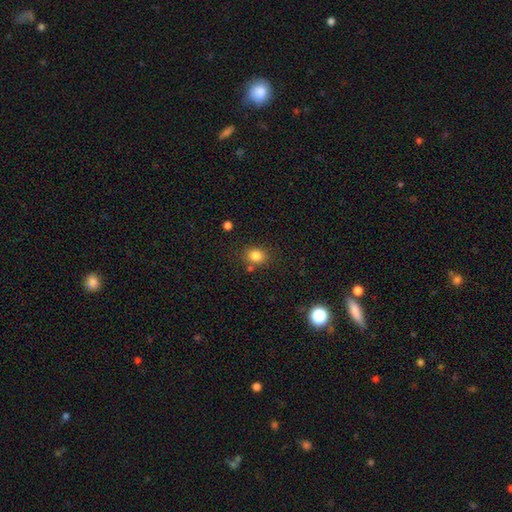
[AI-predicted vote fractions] The model was most divided on "how rounded": round: 58%, in between: 41%, cigar-shaped: 1%. More confident: smooth or featured — smooth (83%); merging — none (75%).